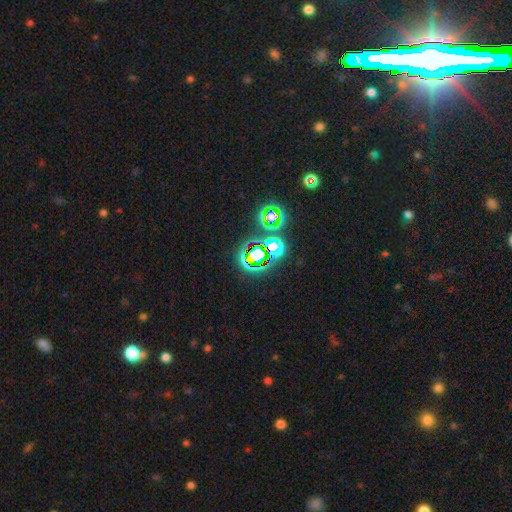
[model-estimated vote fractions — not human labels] Morphology: type=star or artifact (68%).